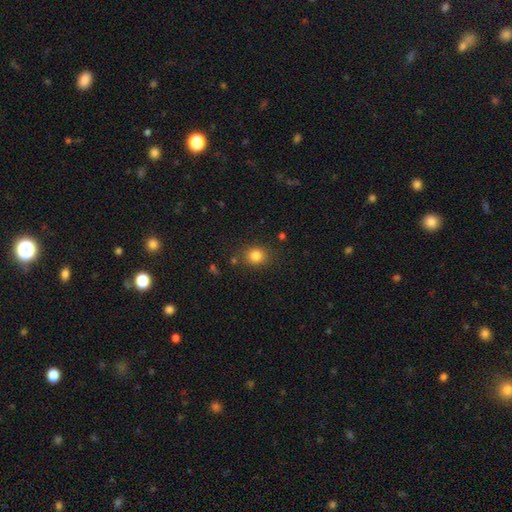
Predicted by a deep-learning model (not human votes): A smooth galaxy with no disk features (83%) that is round (67%).

Vote fractions:
- Smooth or featured? smooth: 83% / star or artifact: 12% / featured or disk: 6%
- How rounded? round: 67% / in between: 32% / cigar-shaped: 1%
- Merging? none: 83% / minor disturbance: 11% / major disturbance: 4% / merger: 3%